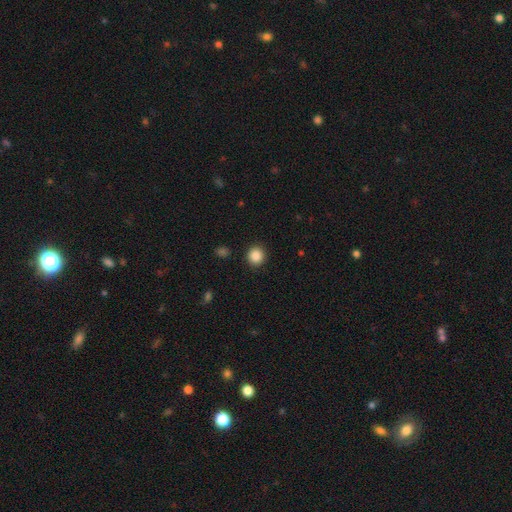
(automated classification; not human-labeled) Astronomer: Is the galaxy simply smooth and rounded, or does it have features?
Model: smooth — 88%.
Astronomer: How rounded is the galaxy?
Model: round — 92%.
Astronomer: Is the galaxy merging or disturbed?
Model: none — 91%.